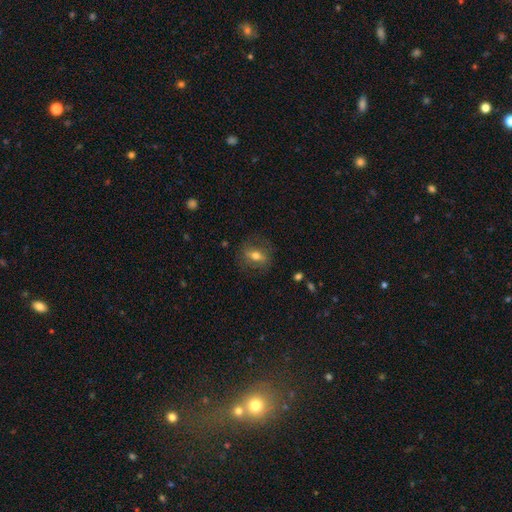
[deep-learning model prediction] smooth_or_featured: smooth (p=0.52) [alt: featured or disk p=0.37]
how_rounded: in between (p=0.55) [alt: round p=0.39]
merging: none (p=0.78) [alt: minor disturbance p=0.14]